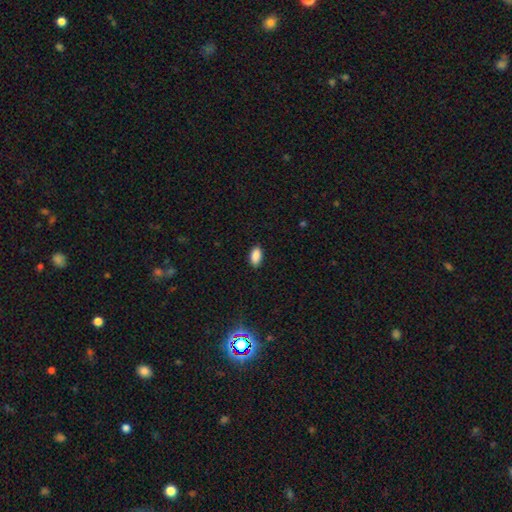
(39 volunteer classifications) Smooth or featured: smooth — 95% (star or artifact — 5%)
How rounded: in between — 81% (cigar-shaped — 16%)
Merging: none — 92% (minor disturbance — 5%)